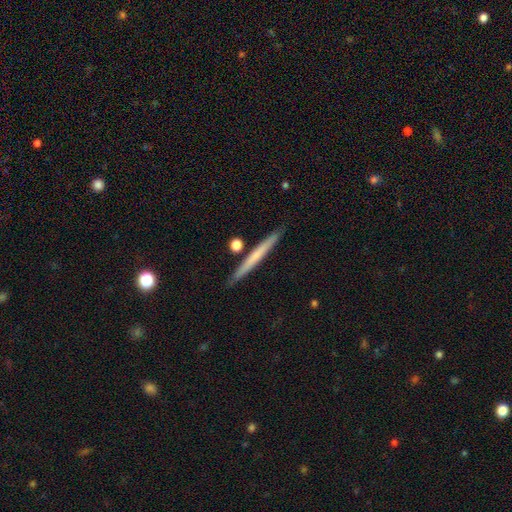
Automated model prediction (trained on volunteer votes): This appears to be a smooth galaxy with no disk features (53%) that is cigar-shaped (97%). Merging: none (87%).